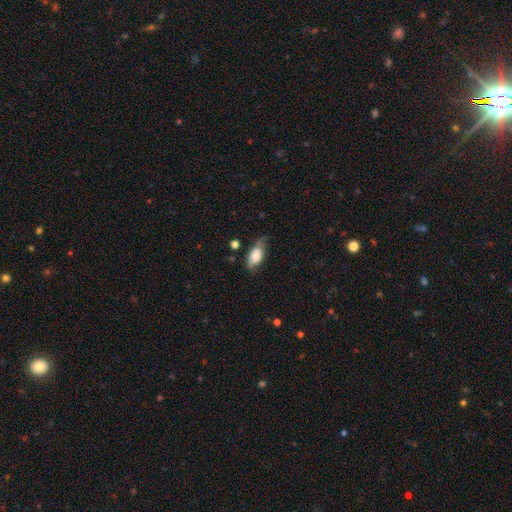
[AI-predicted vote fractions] This appears to be a smooth galaxy with no disk features (72%) that is in between round and cigar-shaped (86%). Merging: none (62%).